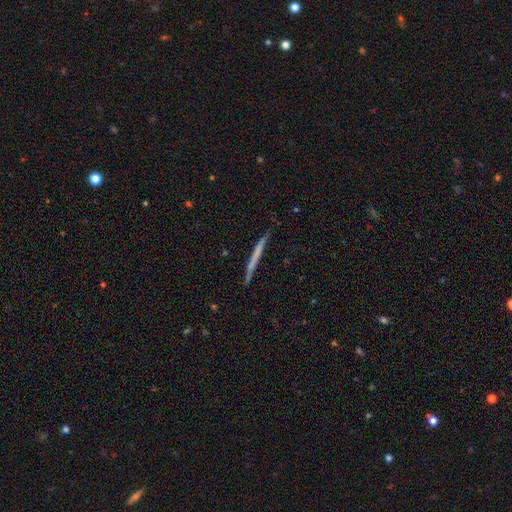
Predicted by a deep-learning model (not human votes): Smooth or featured? Predicted: smooth (p=0.47, tied with featured or disk). Merging? Predicted: none (p=0.88).